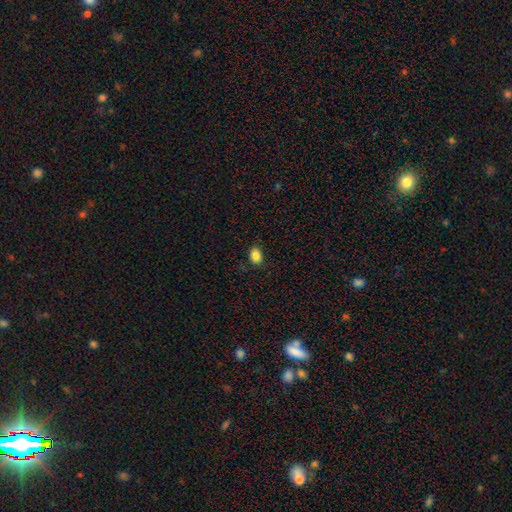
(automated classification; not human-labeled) Overall: smooth (86%). How rounded: in between (74%). Merging: none (83%).